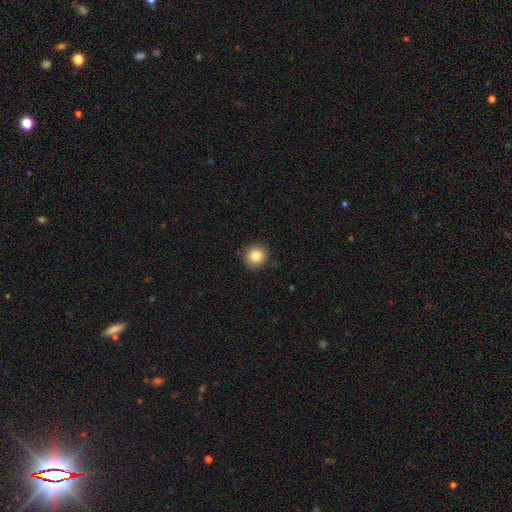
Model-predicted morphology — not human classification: Smooth or featured? smooth (84%)
How rounded? round (93%)
Merging? none (90%)